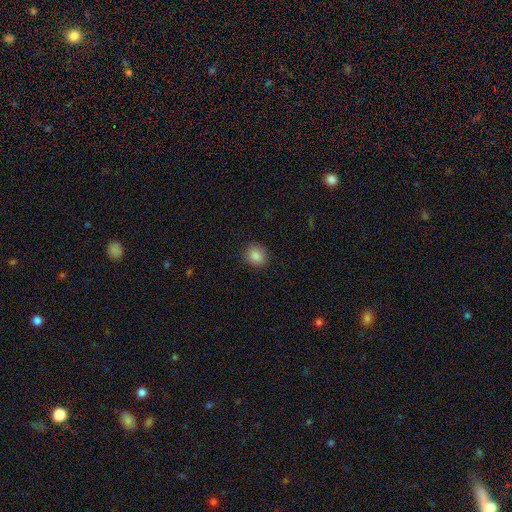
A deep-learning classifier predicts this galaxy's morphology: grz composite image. It shows a smooth galaxy with no disk features (87%) that is round (82%). Merging: none (88%).